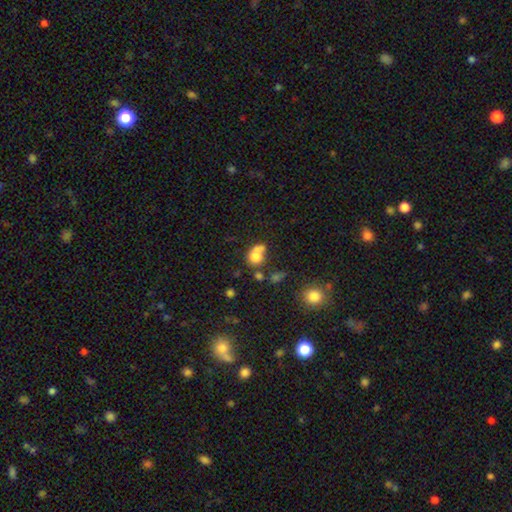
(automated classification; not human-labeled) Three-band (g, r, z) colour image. It shows a smooth galaxy with no disk features (71%) that is round (55%). Merging: merger (37%).